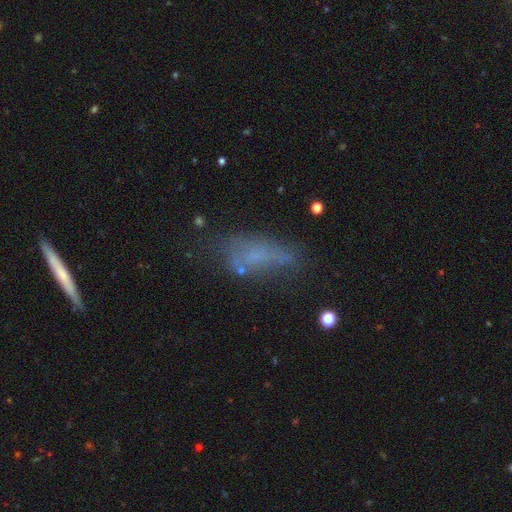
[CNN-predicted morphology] smooth_or_featured: smooth (p=0.52) [alt: featured or disk p=0.30]
how_rounded: in between (p=0.67) [alt: cigar-shaped p=0.29]
merging: none (p=0.42) [alt: minor disturbance p=0.26]